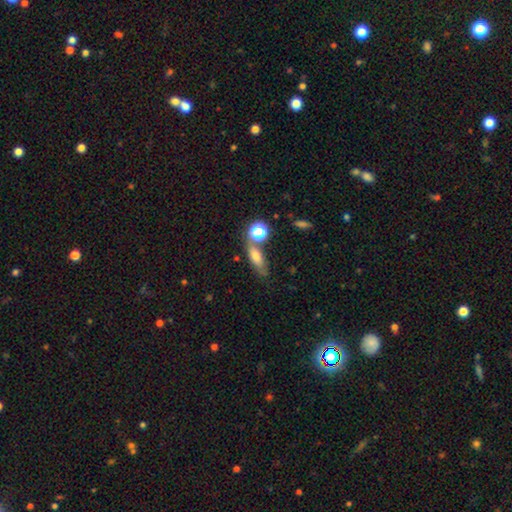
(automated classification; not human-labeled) This is likely a smooth galaxy (67%). How rounded: possibly in between (52%). Merging: possibly none (54%).